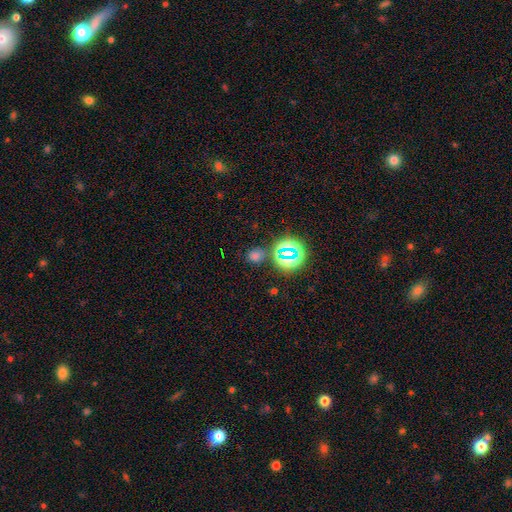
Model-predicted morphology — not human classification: Overall: smooth (58%; star or artifact 36%). How rounded: round (77%). Merging: none (77%).